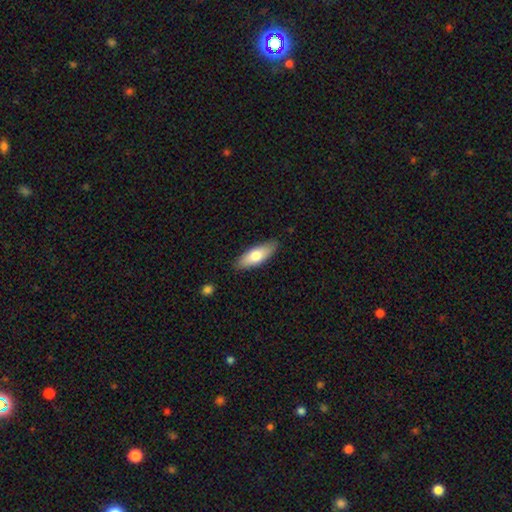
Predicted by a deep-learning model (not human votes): Overall: smooth (72%). How rounded: in between (65%; cigar-shaped 33%). Merging: none (85%).